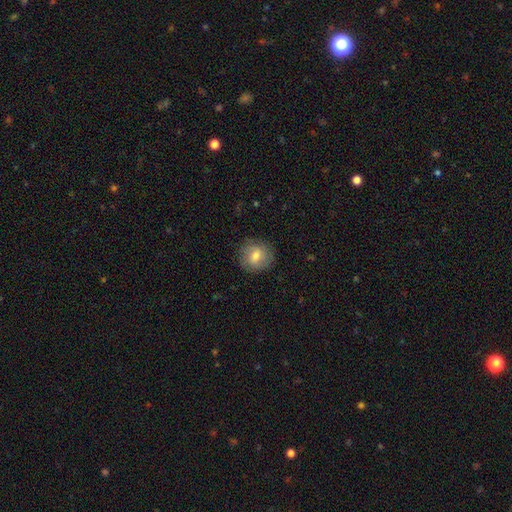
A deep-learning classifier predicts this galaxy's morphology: smooth 70%, featured or disk 22%, star or artifact 8%. Down the decision tree: how rounded — round (85%); merging — none (83%).